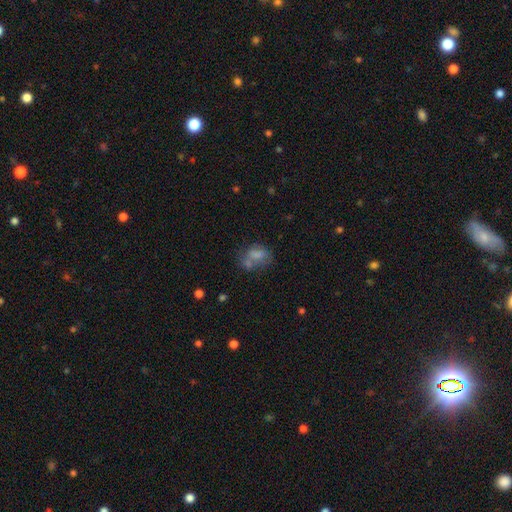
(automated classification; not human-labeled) smooth 65%, featured or disk 23%, star or artifact 12%. Down the decision tree: how rounded — in between (75%); merging — none (34%).